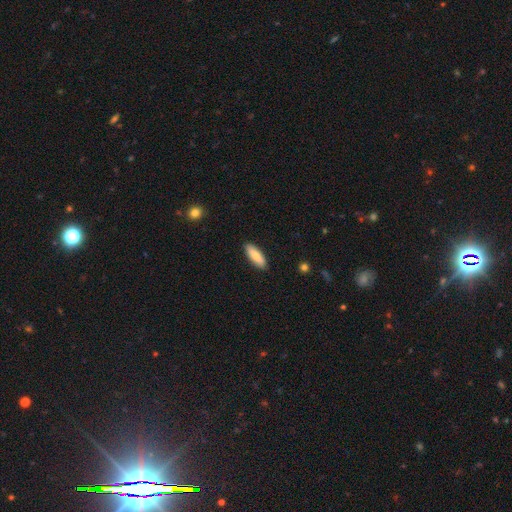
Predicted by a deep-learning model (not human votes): smooth_or_featured: smooth (p=0.82) [alt: featured or disk p=0.13]
how_rounded: in between (p=0.58) [alt: cigar-shaped p=0.40]
merging: none (p=0.89) [alt: minor disturbance p=0.08]